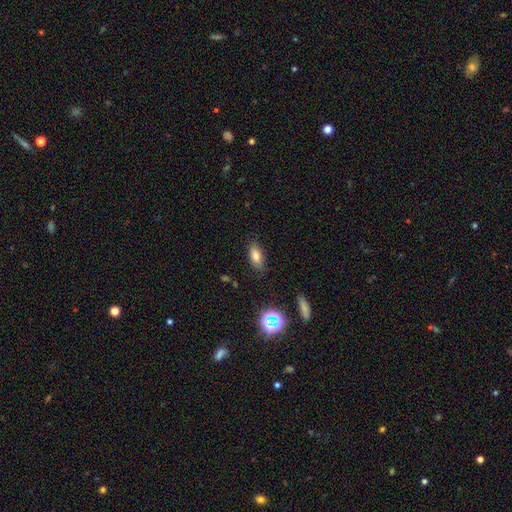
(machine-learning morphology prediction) smooth 77%, star or artifact 12%, featured or disk 11%. Down the decision tree: how rounded — in between (83%); merging — none (83%).